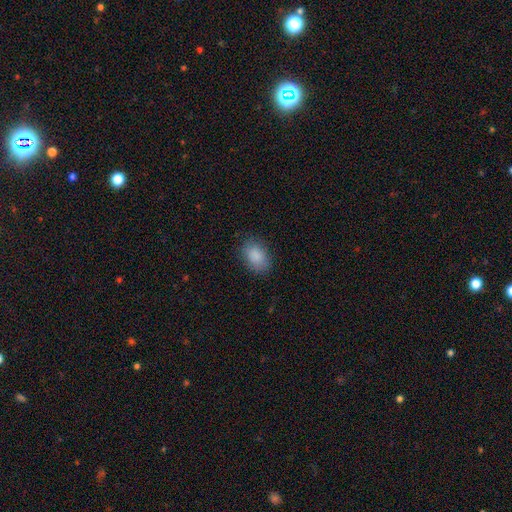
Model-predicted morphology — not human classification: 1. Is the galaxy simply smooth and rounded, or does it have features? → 88% smooth, 7% star or artifact, 4% featured or disk.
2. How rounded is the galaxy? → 85% in between, 14% round, 1% cigar-shaped.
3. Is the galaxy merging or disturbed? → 83% none, 12% minor disturbance, 3% major disturbance, 1% merger.